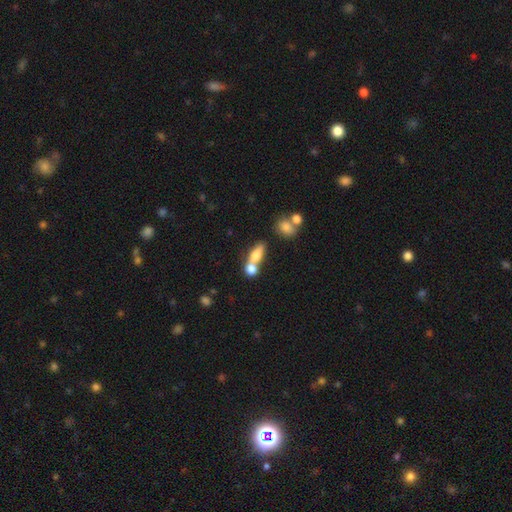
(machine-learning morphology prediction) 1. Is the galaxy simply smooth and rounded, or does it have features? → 71% smooth, 19% featured or disk, 10% star or artifact.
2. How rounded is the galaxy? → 58% in between, 23% round, 19% cigar-shaped.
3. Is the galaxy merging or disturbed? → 55% merger, 30% none, 9% minor disturbance, 6% major disturbance.